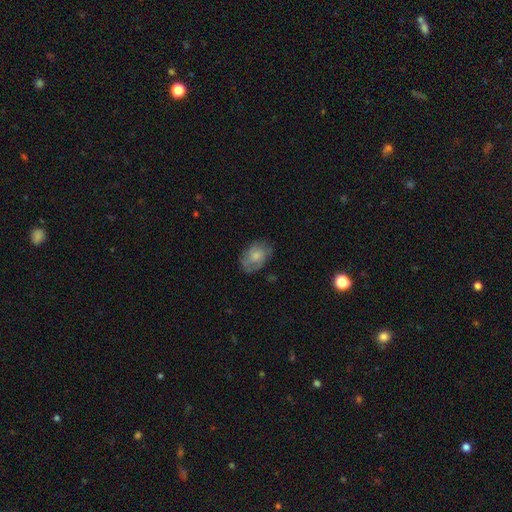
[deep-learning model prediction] This appears to be a smooth galaxy with no disk features (56%) that is in between round and cigar-shaped (78%). Merging: none (61%).